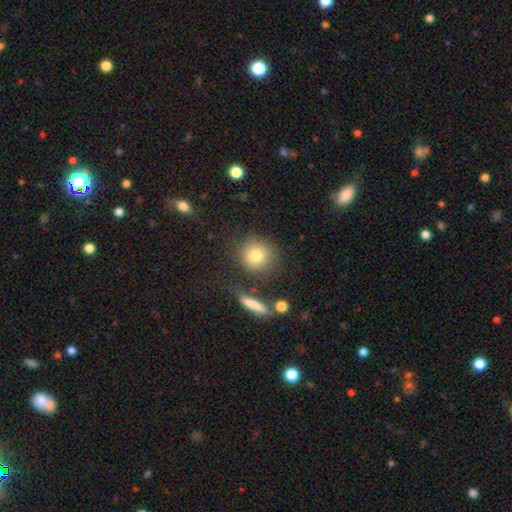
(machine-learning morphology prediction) Overall: smooth (81%). How rounded: round (88%). Merging: none (77%).